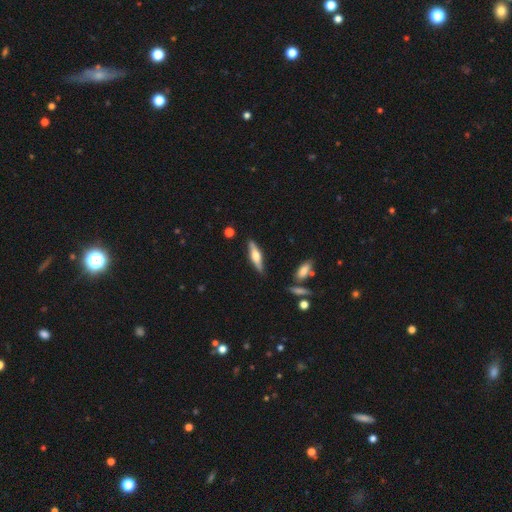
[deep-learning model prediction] Overall: featured or disk (58%; smooth 36%). Edge-on disk: yes (94%). Edge-on bulge: rounded (86%). Merging: none (84%).